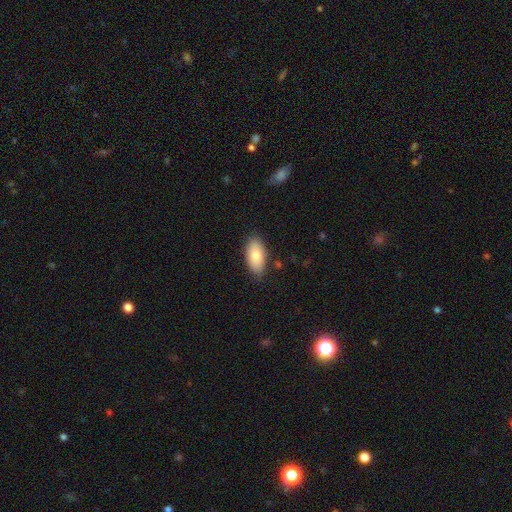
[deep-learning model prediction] Smooth or featured: smooth — 80% (featured or disk — 14%)
How rounded: in between — 92% (cigar-shaped — 5%)
Merging: none — 84% (minor disturbance — 12%)